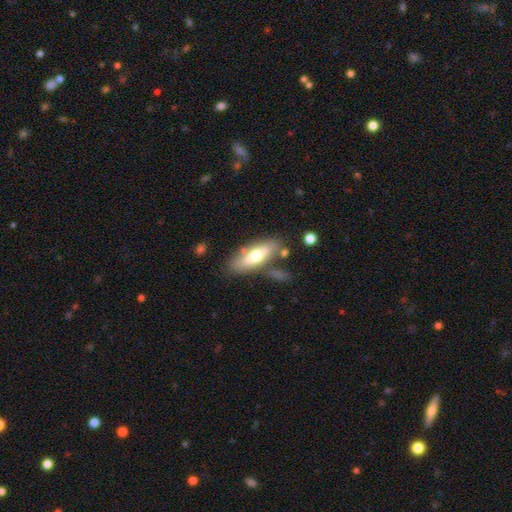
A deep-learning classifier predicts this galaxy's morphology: Smooth or featured? Predicted: smooth (p=0.57). How rounded? Predicted: in between (p=0.67). Merging? Predicted: none (p=0.70).